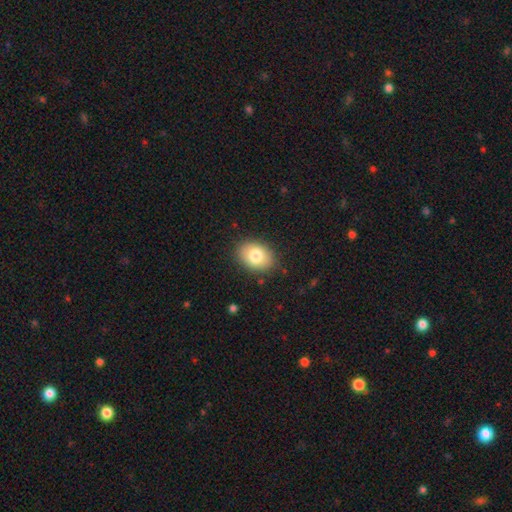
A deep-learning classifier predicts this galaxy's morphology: smooth_or_featured: smooth (p=0.79) [alt: featured or disk p=0.12]
how_rounded: in between (p=0.74) [alt: round p=0.25]
merging: none (p=0.85) [alt: minor disturbance p=0.11]